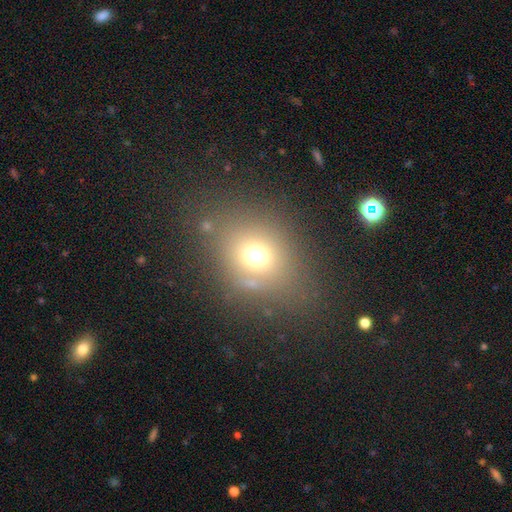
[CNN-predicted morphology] A smooth galaxy with no disk features (67%) that is round (64%). Merging: none (76%).